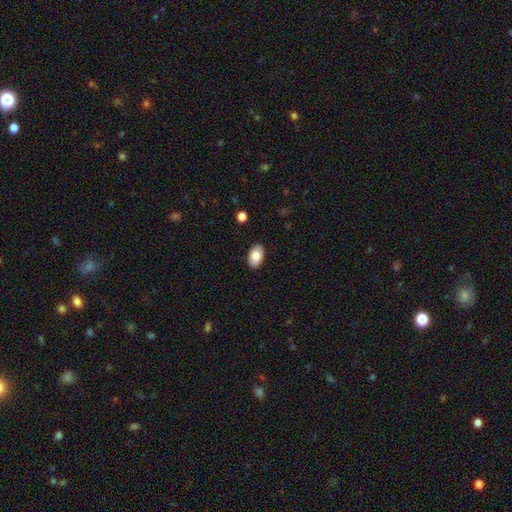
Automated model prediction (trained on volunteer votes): A smooth galaxy with no disk features (84%) that is in between round and cigar-shaped (93%).

Vote fractions:
- Smooth or featured? smooth: 84% / featured or disk: 9% / star or artifact: 7%
- How rounded? in between: 93% / round: 6% / cigar-shaped: 1%
- Merging? none: 89% / minor disturbance: 8% / major disturbance: 2% / merger: 1%